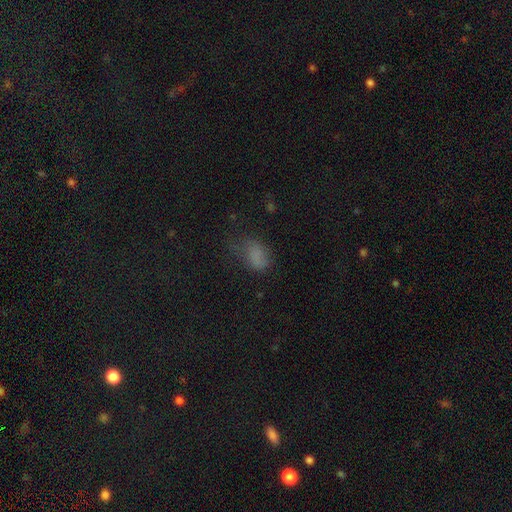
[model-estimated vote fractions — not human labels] Smooth or featured: smooth — 70% (star or artifact — 16%)
How rounded: in between — 84% (round — 14%)
Merging: none — 41% (minor disturbance — 30%)